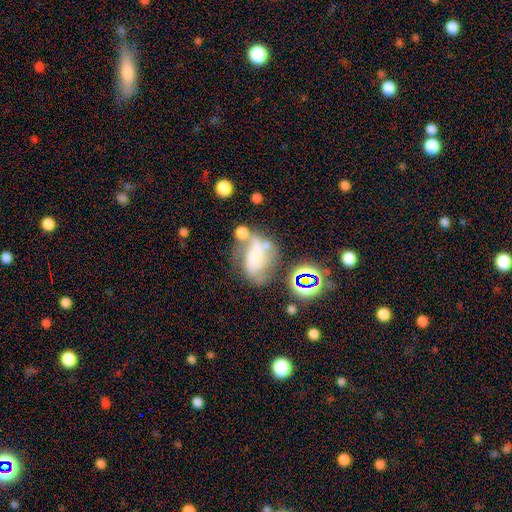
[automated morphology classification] featured or disk 52%, smooth 31%, star or artifact 17%. Down the decision tree: edge-on disk — no (95%); merging — none (30%).